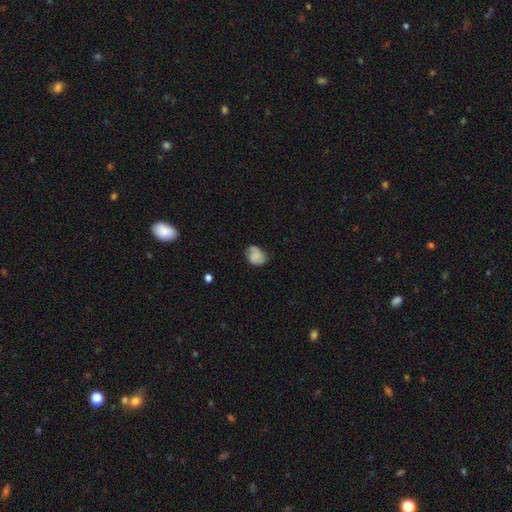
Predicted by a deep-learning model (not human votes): Morphology: type=smooth (53%); roundness=in between (54%); merging=none (62%).